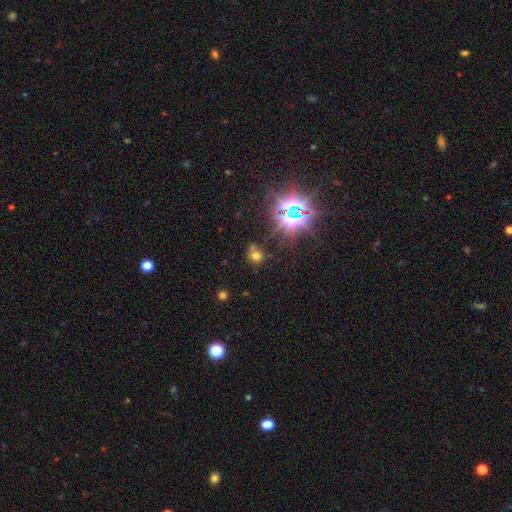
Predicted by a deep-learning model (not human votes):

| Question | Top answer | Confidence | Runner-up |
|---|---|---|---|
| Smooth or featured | smooth | 53% | star or artifact (36%) |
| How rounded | round | 61% | in between (38%) |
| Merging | none | 61% | minor disturbance (16%) |